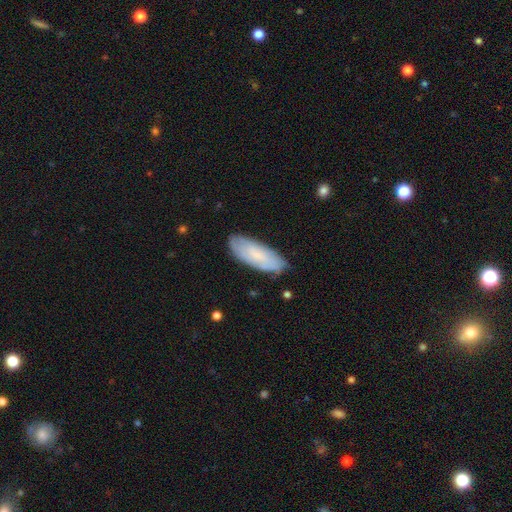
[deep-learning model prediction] This is likely a smooth galaxy (63%). How rounded: likely in between (72%). Merging: clearly none (82%).